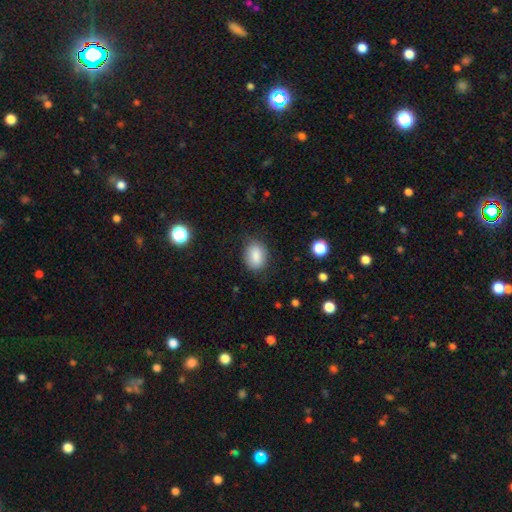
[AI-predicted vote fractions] The model was most divided on "how rounded": in between: 69%, round: 30%, cigar-shaped: 1%. More confident: smooth or featured — smooth (85%); merging — none (77%).